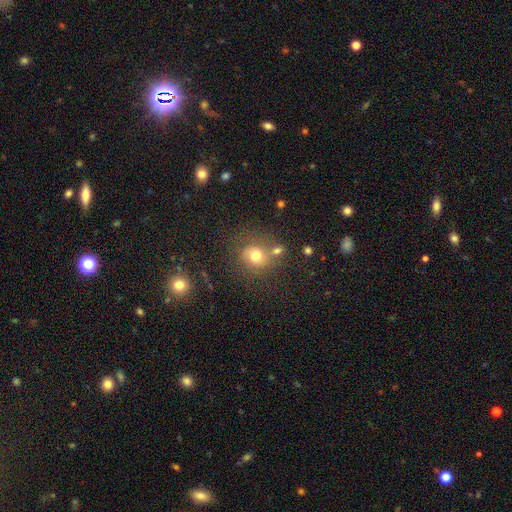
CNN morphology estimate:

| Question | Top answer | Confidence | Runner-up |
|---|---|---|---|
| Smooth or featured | smooth | 65% | featured or disk (19%) |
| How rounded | round | 78% | in between (21%) |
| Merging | none | 57% | merger (19%) |